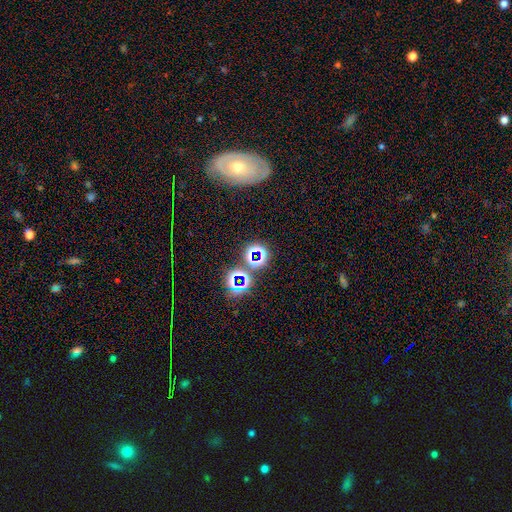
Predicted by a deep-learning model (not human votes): smooth-or-featured: star or artifact: 71% | smooth: 21% | featured or disk: 9%